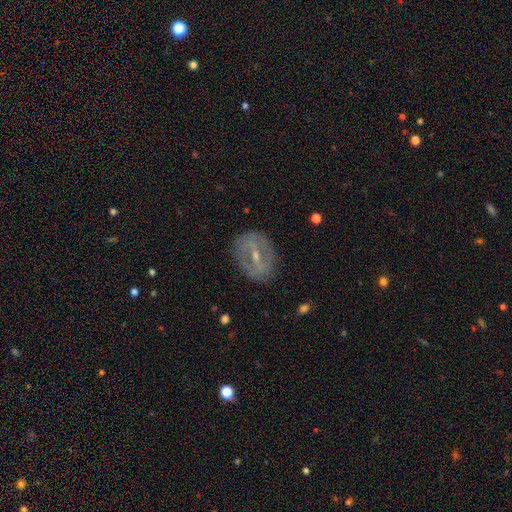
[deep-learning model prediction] featured or disk 72%, smooth 19%, star or artifact 9%. Down the decision tree: edge-on disk — no (91%); bar — strong (50%); spiral arms — no (51%); bulge size — small (63%); merging — none (80%).